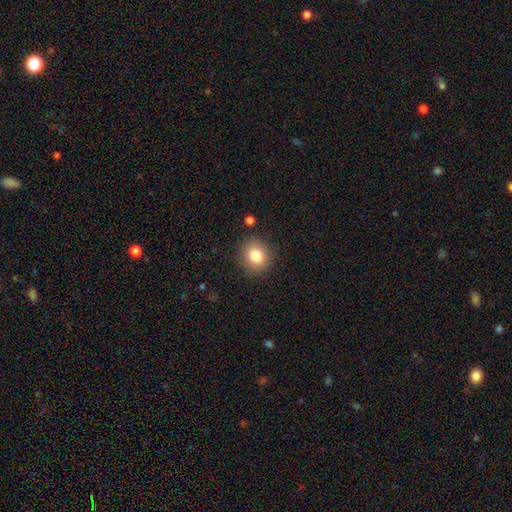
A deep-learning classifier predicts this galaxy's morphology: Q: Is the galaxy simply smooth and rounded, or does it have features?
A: smooth — 81%.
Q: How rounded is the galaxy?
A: round — 84%.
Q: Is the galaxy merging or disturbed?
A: none — 88%.